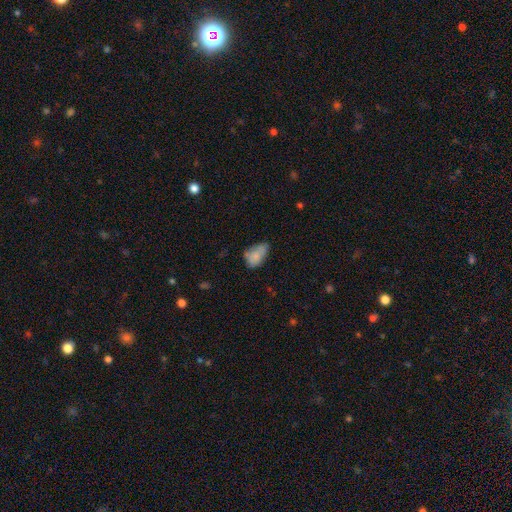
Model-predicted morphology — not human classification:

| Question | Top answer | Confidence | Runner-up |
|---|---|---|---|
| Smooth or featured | smooth | 75% | featured or disk (16%) |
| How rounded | in between | 90% | round (8%) |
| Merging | none | 42% | minor disturbance (38%) |